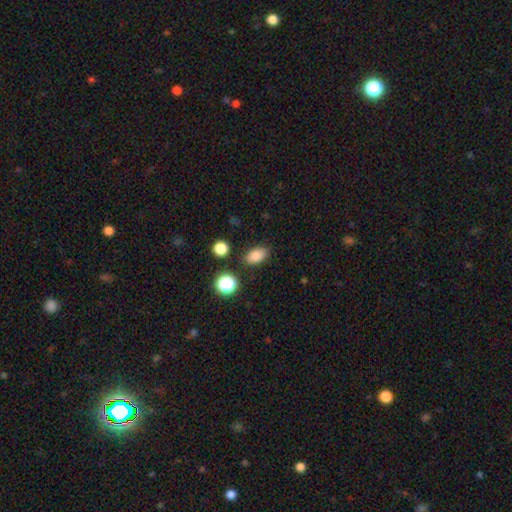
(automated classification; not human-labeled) smooth_or_featured: smooth (p=0.81) [alt: star or artifact p=0.11]
how_rounded: in between (p=0.87) [alt: round p=0.11]
merging: none (p=0.83) [alt: minor disturbance p=0.10]